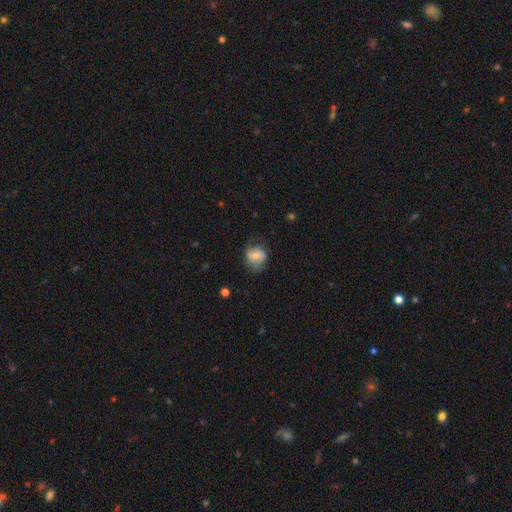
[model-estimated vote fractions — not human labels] smooth-or-featured: smooth: 53% | featured or disk: 38% | star or artifact: 8%
  how-rounded: round: 64% | in between: 35% | cigar-shaped: 1%
  merging: none: 59% | minor disturbance: 27% | major disturbance: 12% | merger: 2%